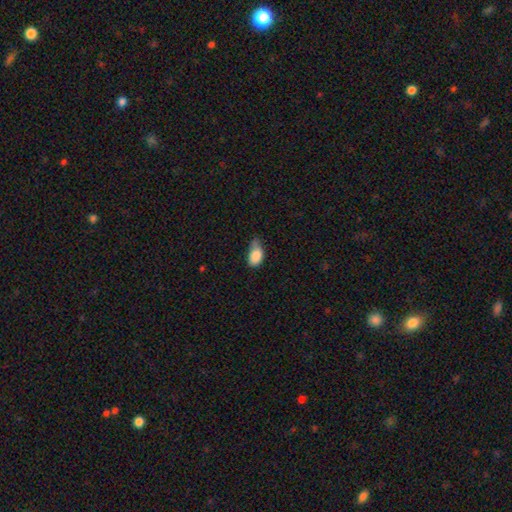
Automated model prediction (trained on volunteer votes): Smooth or featured? Predicted: smooth (p=0.85). How rounded? Predicted: in between (p=0.90). Merging? Predicted: minor disturbance (p=0.49).